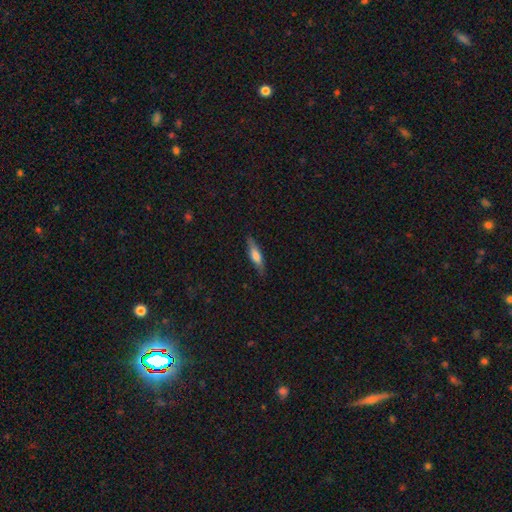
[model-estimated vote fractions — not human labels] A smooth galaxy with no disk features (57%) that is cigar-shaped (71%). Merging: none (84%).